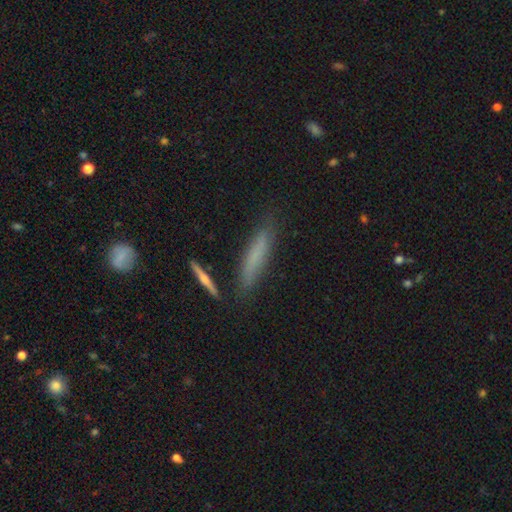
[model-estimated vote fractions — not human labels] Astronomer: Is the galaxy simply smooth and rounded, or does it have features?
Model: smooth — 66%.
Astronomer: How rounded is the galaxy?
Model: cigar-shaped — 89%.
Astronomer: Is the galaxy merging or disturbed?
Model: none — 80%.